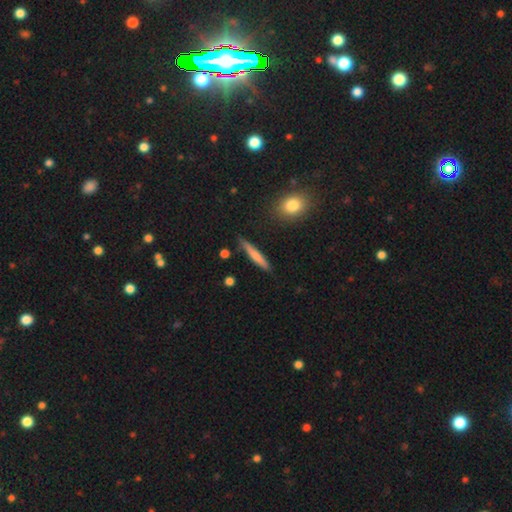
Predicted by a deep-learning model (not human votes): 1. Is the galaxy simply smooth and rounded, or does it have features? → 67% smooth, 27% featured or disk, 6% star or artifact.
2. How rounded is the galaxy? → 91% cigar-shaped, 7% in between, 2% round.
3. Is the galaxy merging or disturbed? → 82% none, 12% minor disturbance, 3% merger, 2% major disturbance.